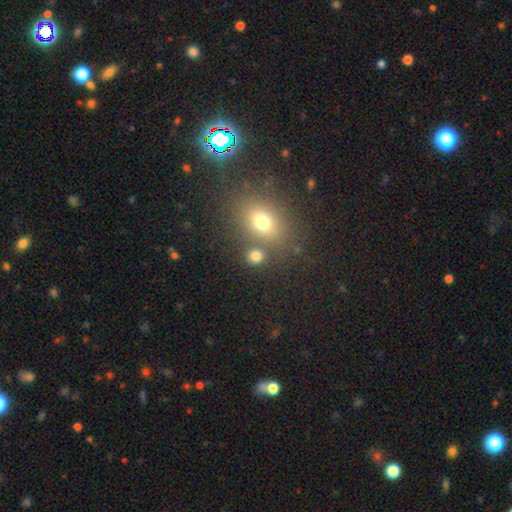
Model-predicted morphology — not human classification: The model was most divided on "how rounded": round: 73%, in between: 25%, cigar-shaped: 1%. More confident: smooth or featured — smooth (77%); merging — none (73%).